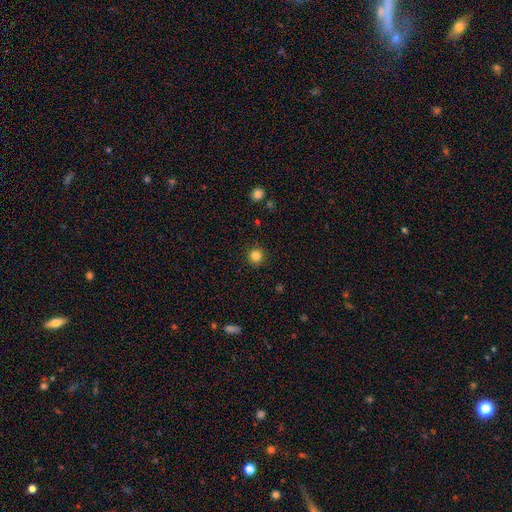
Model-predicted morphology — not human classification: This is clearly a smooth galaxy (83%). How rounded: clearly round (94%). Merging: clearly none (91%).